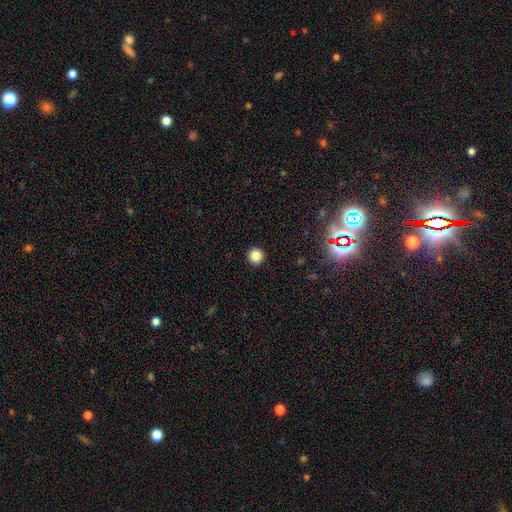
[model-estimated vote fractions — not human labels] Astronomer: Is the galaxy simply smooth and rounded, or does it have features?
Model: smooth — 84%.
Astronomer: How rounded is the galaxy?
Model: round — 95%.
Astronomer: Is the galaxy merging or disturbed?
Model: none — 93%.